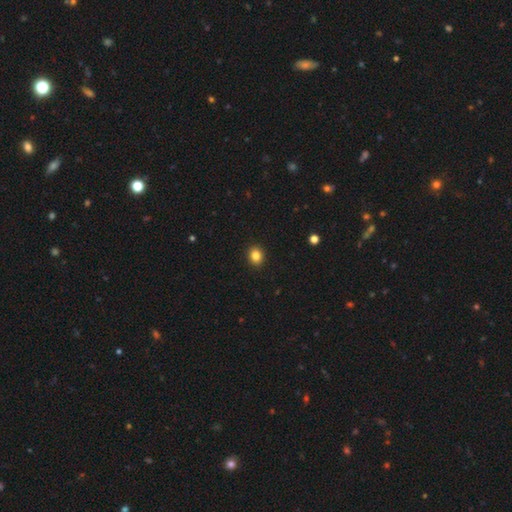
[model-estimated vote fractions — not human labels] smooth_or_featured: smooth (p=0.84) [alt: star or artifact p=0.11]
how_rounded: round (p=0.65) [alt: in between p=0.34]
merging: none (p=0.92) [alt: minor disturbance p=0.06]